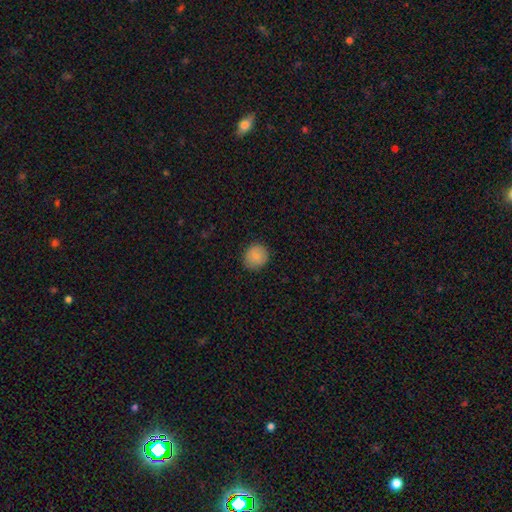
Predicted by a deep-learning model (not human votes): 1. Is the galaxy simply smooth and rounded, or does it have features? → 85% smooth, 8% star or artifact, 7% featured or disk.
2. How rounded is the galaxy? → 86% round, 13% in between, 1% cigar-shaped.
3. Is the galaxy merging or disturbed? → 87% none, 10% minor disturbance, 2% major disturbance, 1% merger.